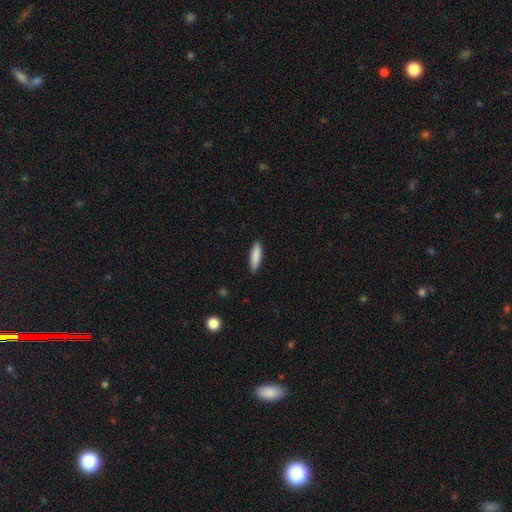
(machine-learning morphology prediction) smooth 88%, featured or disk 6%, star or artifact 6%. Down the decision tree: how rounded — cigar-shaped (67%); merging — none (89%).